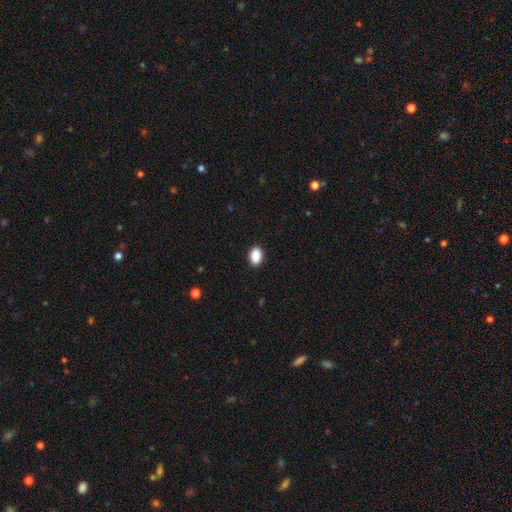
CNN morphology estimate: Smooth or featured? Predicted: smooth (p=0.89). How rounded? Predicted: in between (p=0.85). Merging? Predicted: none (p=0.90).